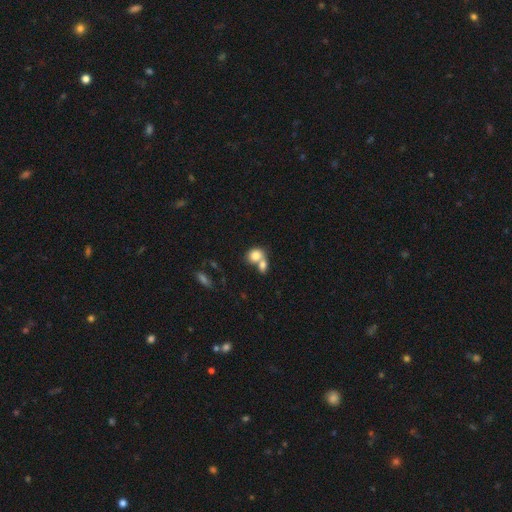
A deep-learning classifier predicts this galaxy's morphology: smooth_or_featured: smooth (p=0.79) [alt: featured or disk p=0.13]
how_rounded: round (p=0.51) [alt: in between p=0.48]
merging: merger (p=0.62) [alt: none p=0.27]